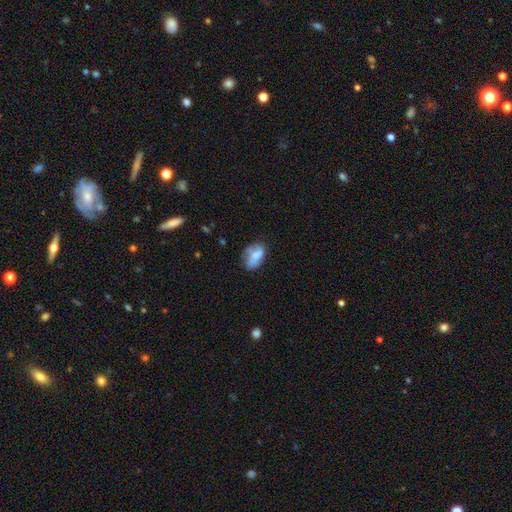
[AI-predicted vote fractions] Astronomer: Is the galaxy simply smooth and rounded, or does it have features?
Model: smooth — 66%.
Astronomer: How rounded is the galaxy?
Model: in between — 87%.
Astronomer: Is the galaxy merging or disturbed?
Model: none — 49% (runner-up: minor disturbance, 33%).